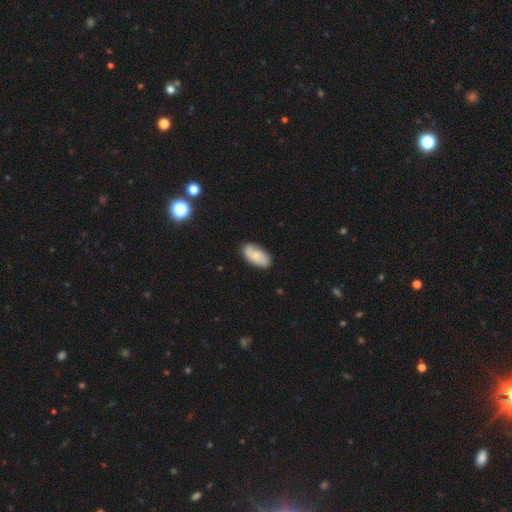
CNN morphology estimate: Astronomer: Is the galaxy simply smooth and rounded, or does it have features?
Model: smooth — 62%.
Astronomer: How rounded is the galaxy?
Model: in between — 92%.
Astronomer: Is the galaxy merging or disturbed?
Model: none — 78%.